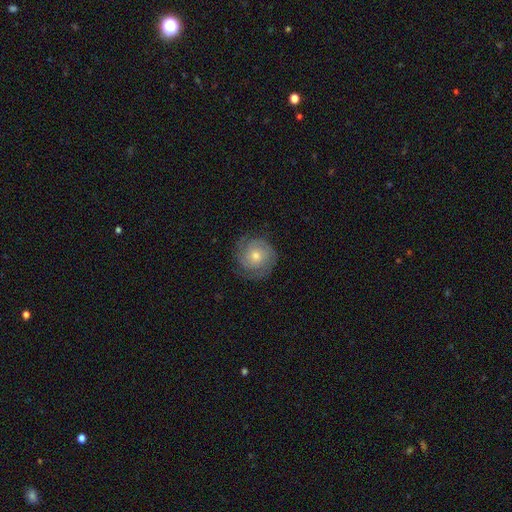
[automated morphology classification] A featured or disk galaxy (63%) with no bar (80%), tight (67%) spiral arms (89%) and a moderate central bulge (59%). Merging: none (79%).